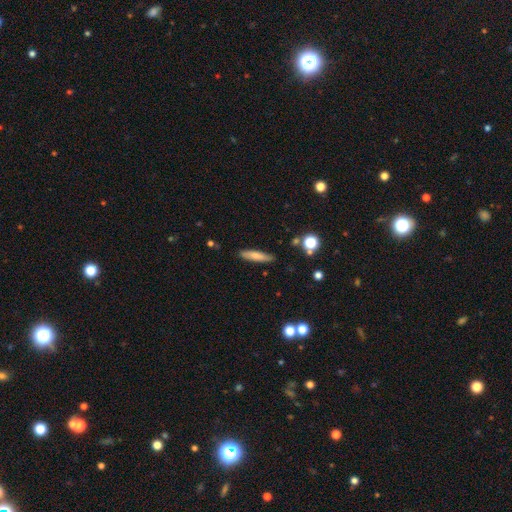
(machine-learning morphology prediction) smooth-or-featured: smooth: 74% | featured or disk: 18% | star or artifact: 8%
  how-rounded: cigar-shaped: 79% | in between: 19% | round: 2%
  merging: none: 85% | minor disturbance: 11% | major disturbance: 2% | merger: 2%